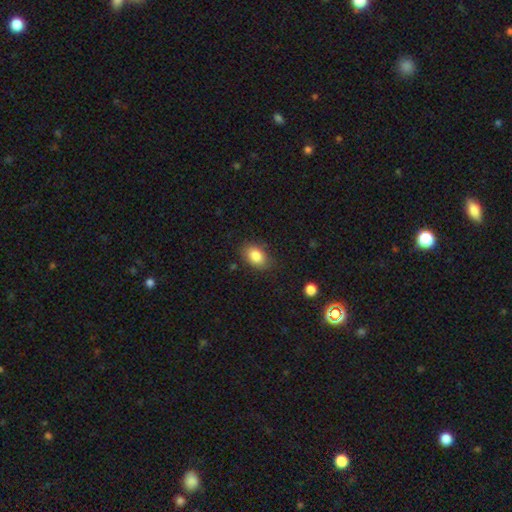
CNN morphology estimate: Overall: smooth (85%). How rounded: in between (82%). Merging: none (80%).